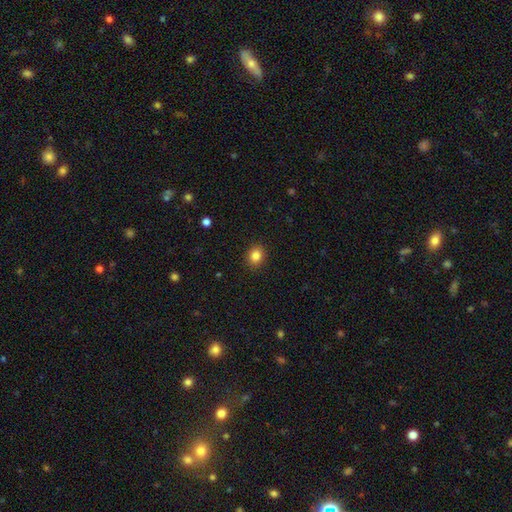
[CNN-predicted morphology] Smooth or featured?
  - smooth: 84% *
  - star or artifact: 11%
  - featured or disk: 5%
How rounded?
  - round: 61% *
  - in between: 38%
  - cigar-shaped: 1%
Merging?
  - none: 90% *
  - minor disturbance: 7%
  - major disturbance: 2%
  - merger: 1%